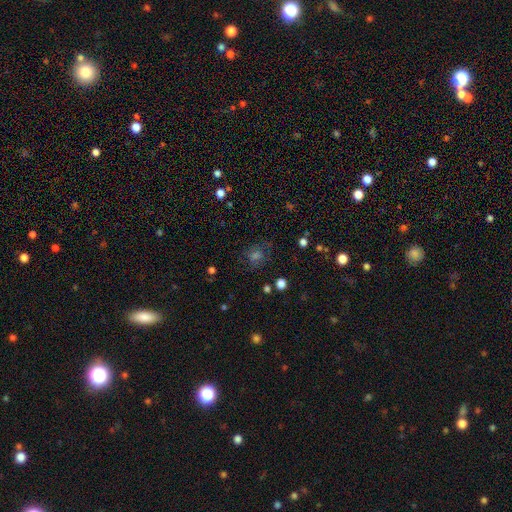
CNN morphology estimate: smooth_or_featured: smooth (p=0.51) [alt: star or artifact p=0.32]
how_rounded: round (p=0.74) [alt: in between p=0.25]
merging: none (p=0.74) [alt: minor disturbance p=0.16]